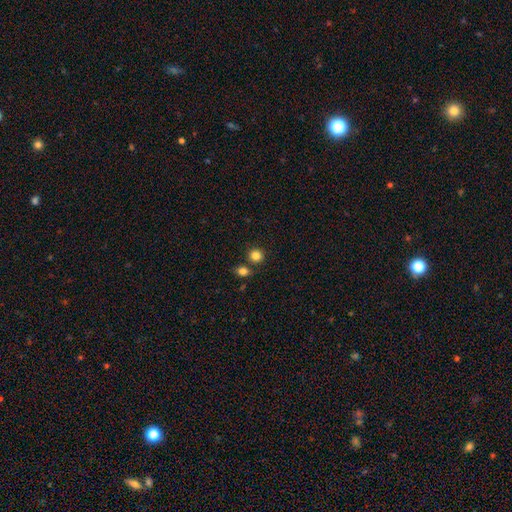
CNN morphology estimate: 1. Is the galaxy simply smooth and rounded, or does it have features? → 84% smooth, 11% star or artifact, 5% featured or disk.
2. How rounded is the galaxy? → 86% round, 13% in between, 1% cigar-shaped.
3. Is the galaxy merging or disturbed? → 75% none, 14% merger, 8% minor disturbance, 3% major disturbance.